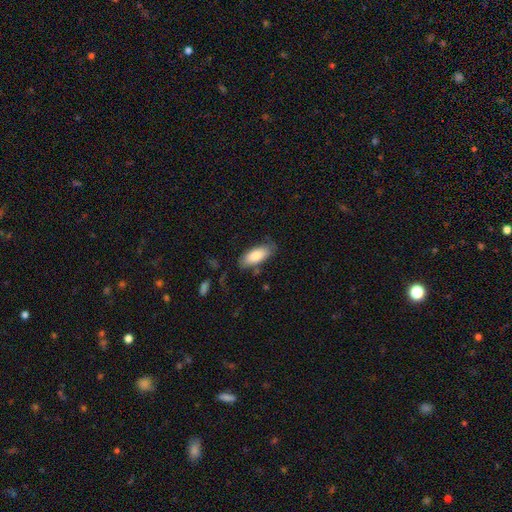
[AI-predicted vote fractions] A smooth galaxy with no disk features (82%) that is in between round and cigar-shaped (84%).

Vote fractions:
- Smooth or featured? smooth: 82% / featured or disk: 12% / star or artifact: 6%
- How rounded? in between: 84% / cigar-shaped: 14% / round: 2%
- Merging? none: 74% / minor disturbance: 19% / major disturbance: 5% / merger: 2%